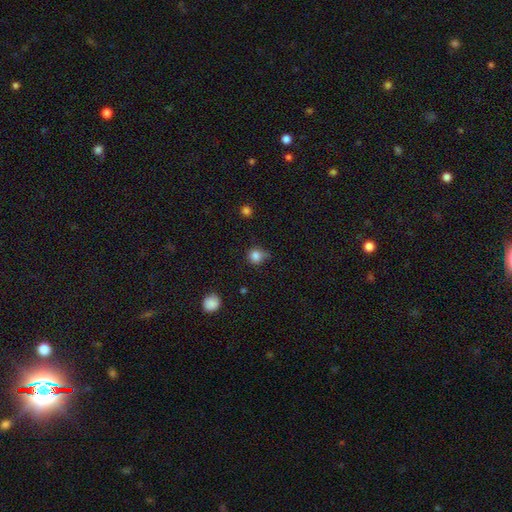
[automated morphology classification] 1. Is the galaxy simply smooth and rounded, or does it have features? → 83% smooth, 12% star or artifact, 5% featured or disk.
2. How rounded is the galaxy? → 87% round, 12% in between, 1% cigar-shaped.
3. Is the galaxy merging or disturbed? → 63% none, 28% minor disturbance, 6% major disturbance, 3% merger.